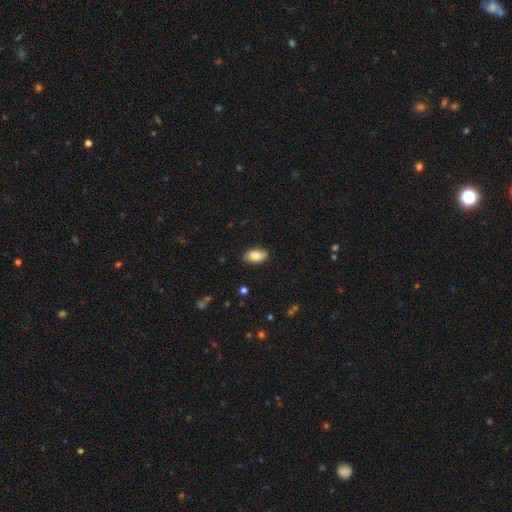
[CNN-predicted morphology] type=smooth (86%); roundness=in between (94%); merging=none (86%).